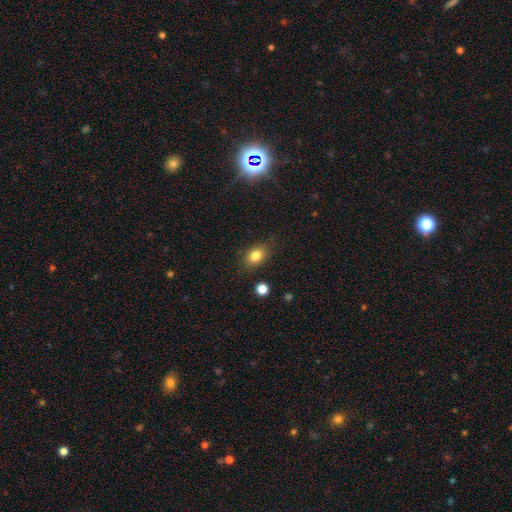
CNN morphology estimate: A smooth galaxy with no disk features (83%) that is in between round and cigar-shaped (71%).

Vote fractions:
- Smooth or featured? smooth: 83% / star or artifact: 10% / featured or disk: 8%
- How rounded? in between: 71% / round: 27% / cigar-shaped: 2%
- Merging? none: 81% / minor disturbance: 14% / major disturbance: 3% / merger: 2%